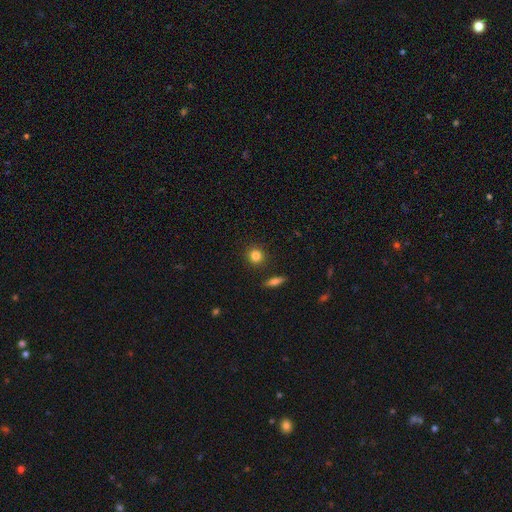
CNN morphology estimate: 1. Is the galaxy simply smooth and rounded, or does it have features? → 83% smooth, 11% star or artifact, 6% featured or disk.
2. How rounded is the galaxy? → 89% round, 9% in between, 2% cigar-shaped.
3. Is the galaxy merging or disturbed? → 90% none, 6% minor disturbance, 2% merger, 2% major disturbance.